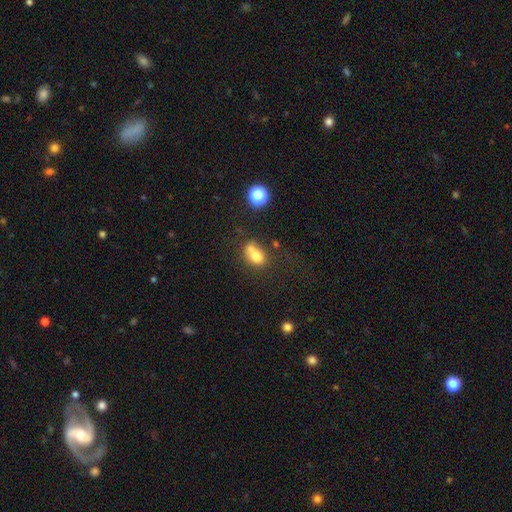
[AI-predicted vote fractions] A smooth galaxy with no disk features (69%) that is in between round and cigar-shaped (56%).

Vote fractions:
- Smooth or featured? smooth: 69% / featured or disk: 18% / star or artifact: 13%
- How rounded? in between: 56% / round: 41% / cigar-shaped: 3%
- Merging? merger: 42% / none: 34% / minor disturbance: 15% / major disturbance: 9%